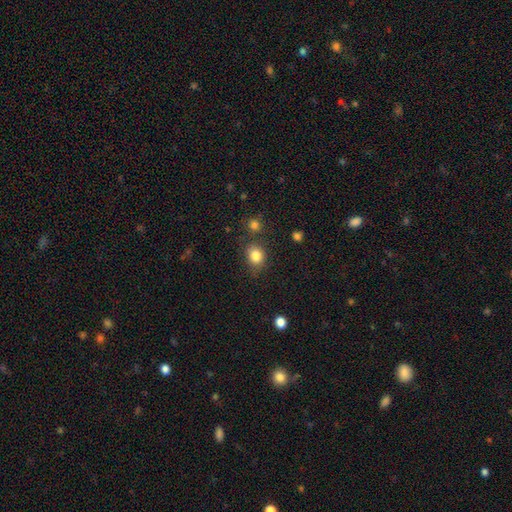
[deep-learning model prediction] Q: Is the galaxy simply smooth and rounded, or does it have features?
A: smooth — 84%.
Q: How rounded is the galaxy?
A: round — 60%.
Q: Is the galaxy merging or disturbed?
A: none — 74%.